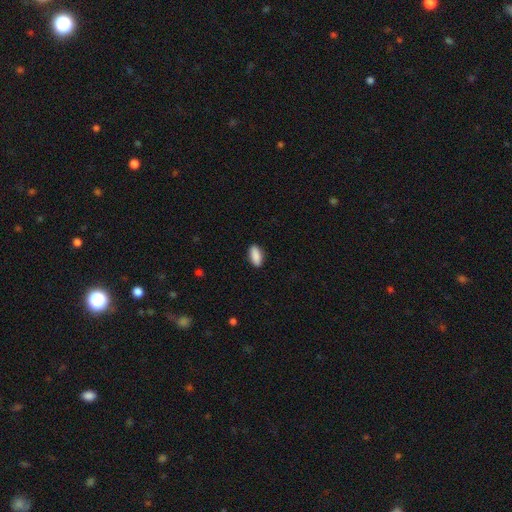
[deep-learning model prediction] A smooth galaxy with no disk features (89%) that is in between round and cigar-shaped (86%). Merging: none (89%).